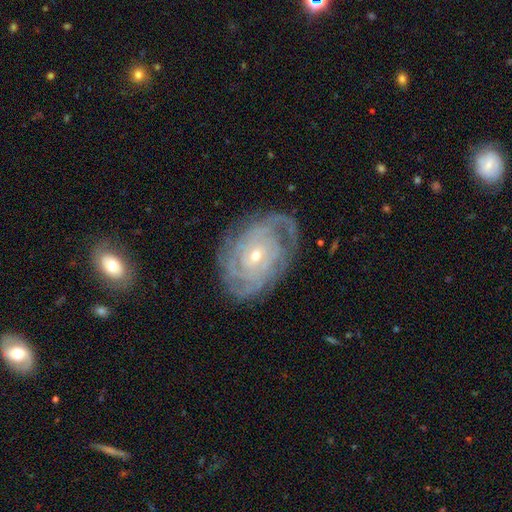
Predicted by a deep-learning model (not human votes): Overall: featured or disk (87%). Edge-on disk: no (96%). Bar: no (70%). Spiral arms: yes (96%). Spiral arm count: can't tell (34%; 2 18%). Spiral winding: tight (77%). Bulge size: small (70%). Merging: none (76%).